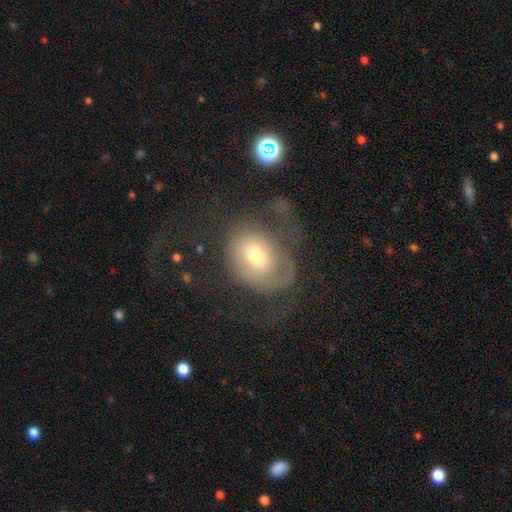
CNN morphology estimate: A featured or disk galaxy (46%). Merging: major disturbance (52%).